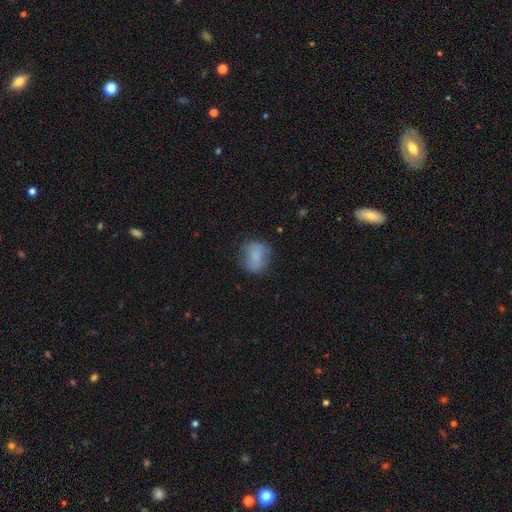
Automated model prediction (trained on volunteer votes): Smooth or featured? Predicted: smooth (p=0.75). How rounded? Predicted: round (p=0.54). Merging? Predicted: none (p=0.64).